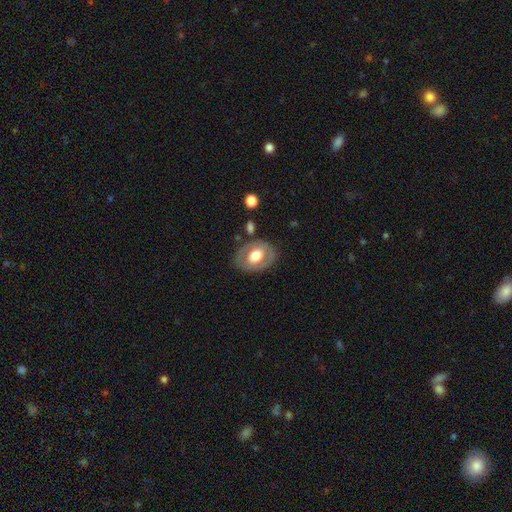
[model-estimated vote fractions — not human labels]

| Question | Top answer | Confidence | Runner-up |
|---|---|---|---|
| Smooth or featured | smooth | 48% | featured or disk (46%) |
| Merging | none | 76% | minor disturbance (14%) |